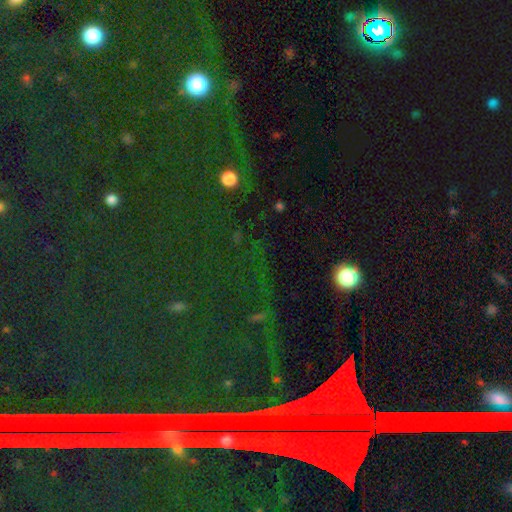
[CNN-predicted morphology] Smooth or featured?
  - star or artifact: 70% *
  - featured or disk: 15%
  - smooth: 15%